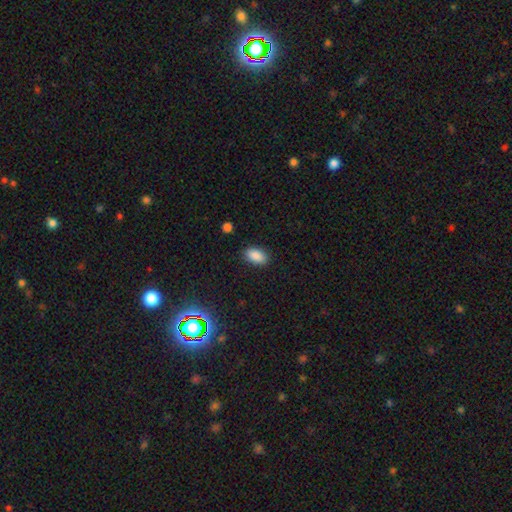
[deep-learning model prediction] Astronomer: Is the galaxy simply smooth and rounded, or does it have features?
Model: smooth — 88%.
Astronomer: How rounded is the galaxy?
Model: in between — 92%.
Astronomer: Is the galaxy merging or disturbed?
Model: none — 86%.